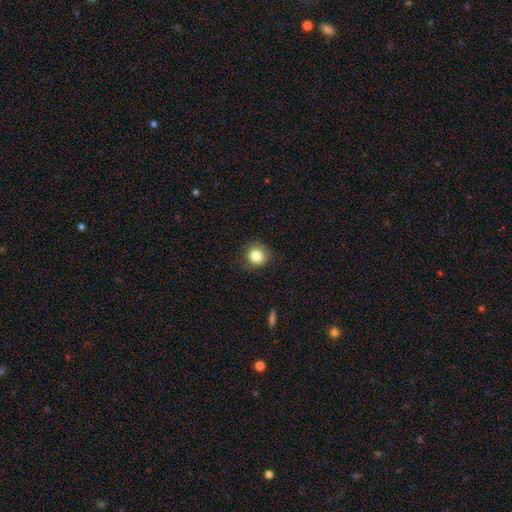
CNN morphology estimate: Smooth or featured? smooth (83%)
How rounded? round (88%)
Merging? none (82%)